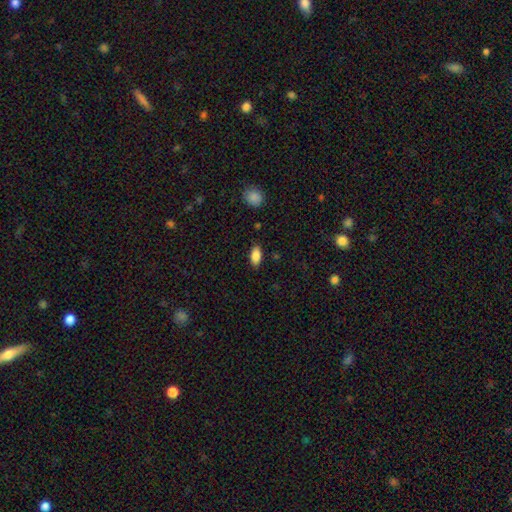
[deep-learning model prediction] Smooth or featured?
  - smooth: 87% *
  - star or artifact: 8%
  - featured or disk: 5%
How rounded?
  - in between: 90% *
  - cigar-shaped: 7%
  - round: 4%
Merging?
  - none: 85% *
  - minor disturbance: 11%
  - major disturbance: 3%
  - merger: 1%